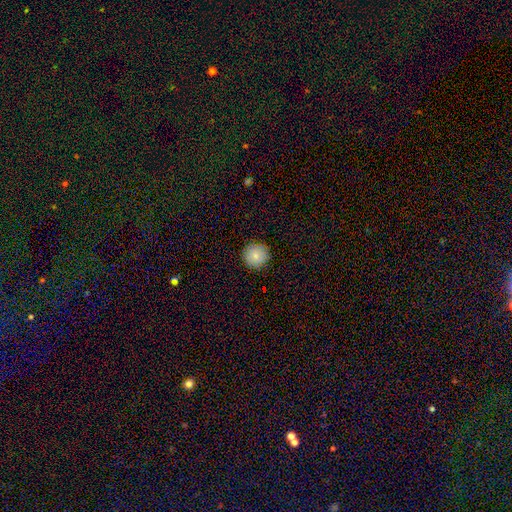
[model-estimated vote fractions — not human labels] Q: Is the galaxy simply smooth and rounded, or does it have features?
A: smooth — 85%.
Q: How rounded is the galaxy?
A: round — 95%.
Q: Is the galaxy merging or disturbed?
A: none — 90%.